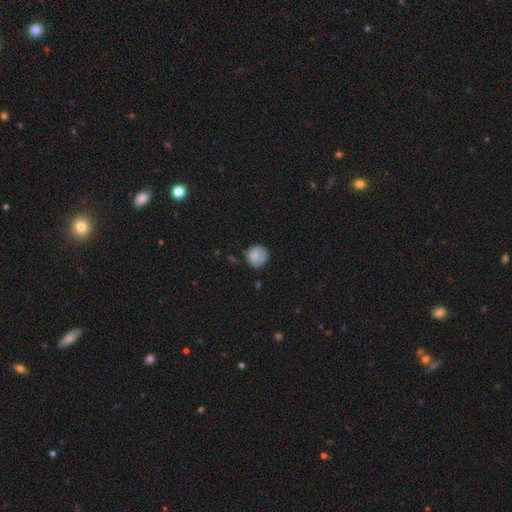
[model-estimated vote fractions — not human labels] This is clearly a smooth galaxy (84%). How rounded: clearly round (90%). Merging: likely none (71%).